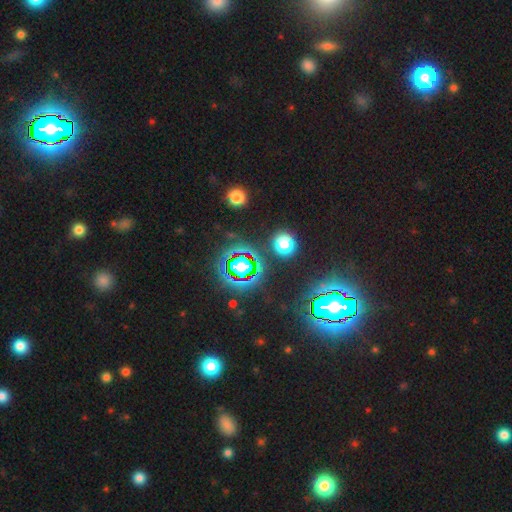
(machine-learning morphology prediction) Smooth or featured? Predicted: star or artifact (p=0.79).